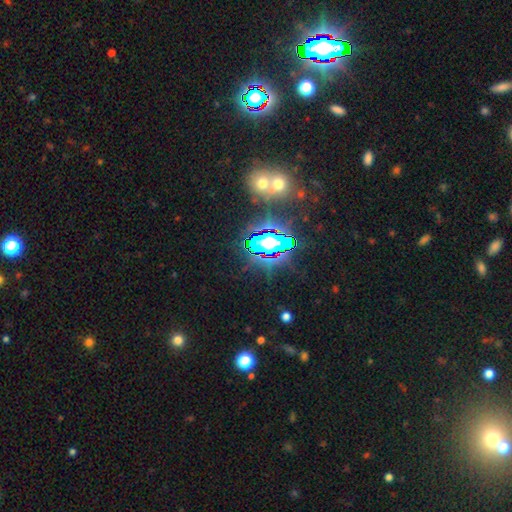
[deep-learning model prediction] The model was most divided on "smooth or featured": star or artifact: 67%, smooth: 18%, featured or disk: 15%.